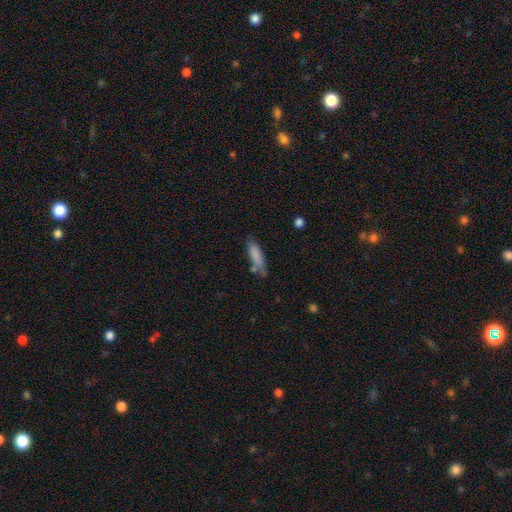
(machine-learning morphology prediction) Smooth or featured?
  - smooth: 82% *
  - featured or disk: 11%
  - star or artifact: 7%
How rounded?
  - cigar-shaped: 59% *
  - in between: 39%
  - round: 2%
Merging?
  - none: 62% *
  - minor disturbance: 24%
  - merger: 9%
  - major disturbance: 6%